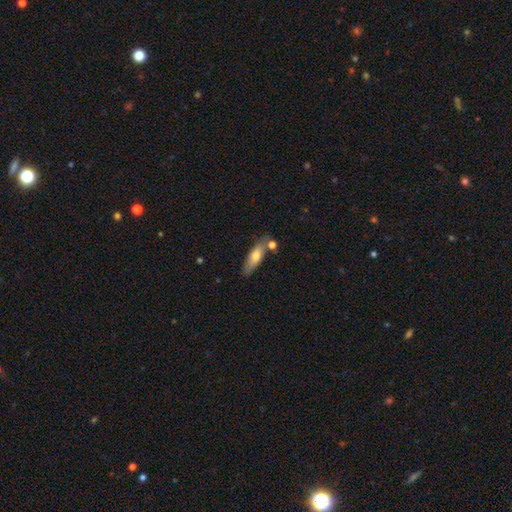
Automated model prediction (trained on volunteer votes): smooth_or_featured: smooth (p=0.66) [alt: featured or disk p=0.28]
how_rounded: in between (p=0.50) [alt: cigar-shaped p=0.48]
merging: none (p=0.67) [alt: minor disturbance p=0.17]